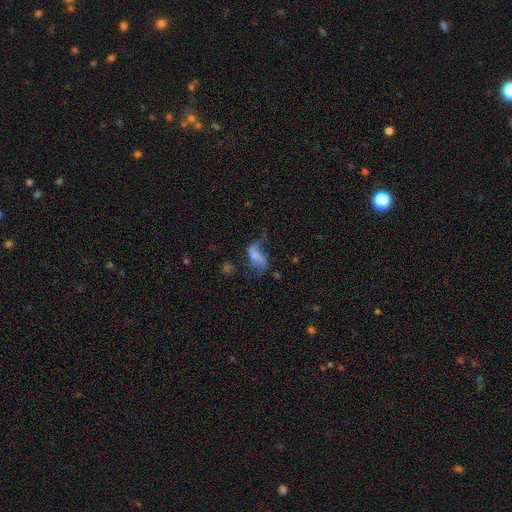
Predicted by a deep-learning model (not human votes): A smooth galaxy with no disk features (44%). Merging: major disturbance (44%).